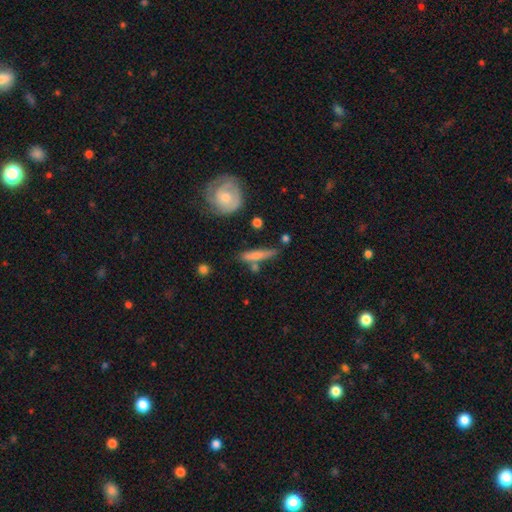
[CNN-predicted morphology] smooth-or-featured: smooth: 53% | featured or disk: 40% | star or artifact: 7%
  how-rounded: cigar-shaped: 84% | in between: 12% | round: 4%
  merging: none: 69% | minor disturbance: 17% | merger: 10% | major disturbance: 5%